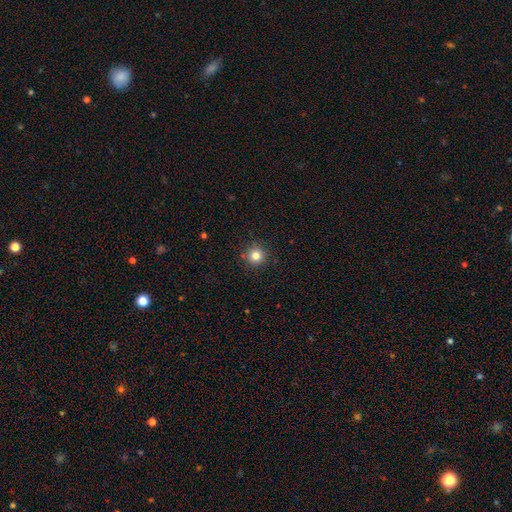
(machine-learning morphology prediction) Smooth or featured: smooth — 82% (star or artifact — 13%)
How rounded: round — 95% (in between — 4%)
Merging: none — 90% (minor disturbance — 7%)